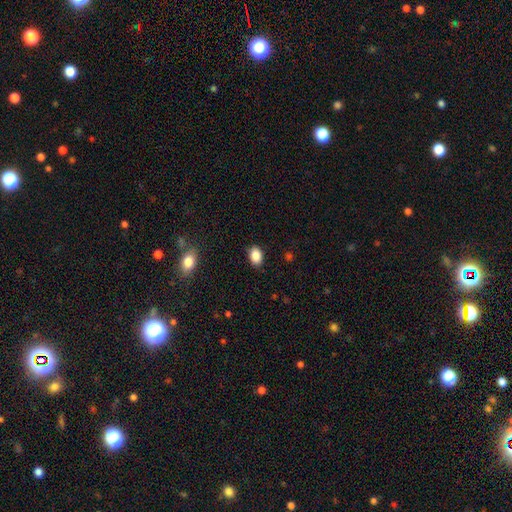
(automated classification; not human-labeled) smooth 88%, star or artifact 8%, featured or disk 4%. Down the decision tree: how rounded — in between (82%); merging — none (87%).